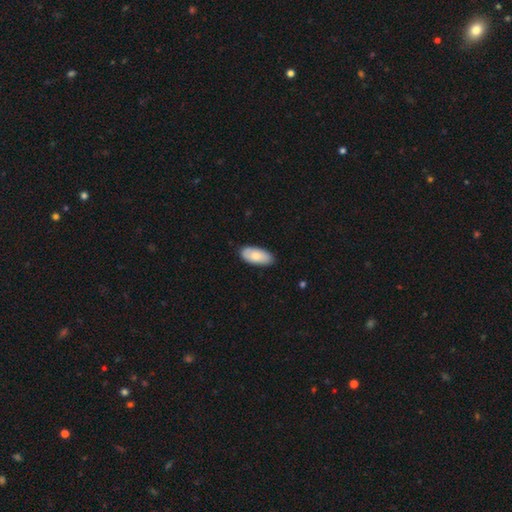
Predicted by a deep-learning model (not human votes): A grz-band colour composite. It shows a smooth galaxy with no disk features (78%) that is in between round and cigar-shaped (92%). Merging: none (84%).